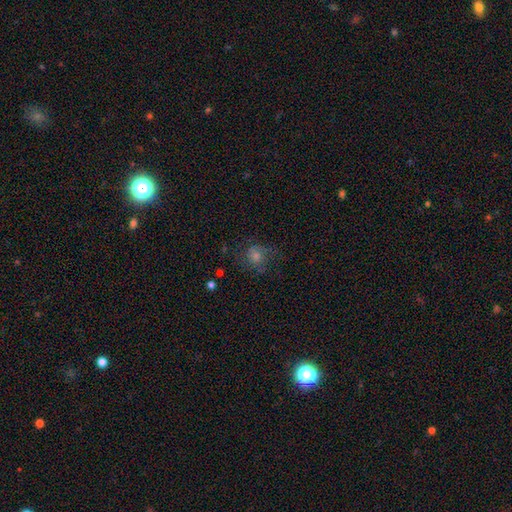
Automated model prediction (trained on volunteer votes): A smooth galaxy with no disk features (38%, tied with featured or disk).

Vote fractions:
- Smooth or featured? smooth: 38% (tied) / featured or disk: 38% (tied) / star or artifact: 24%
- Merging? none: 65% / minor disturbance: 18% / major disturbance: 15% / merger: 2%